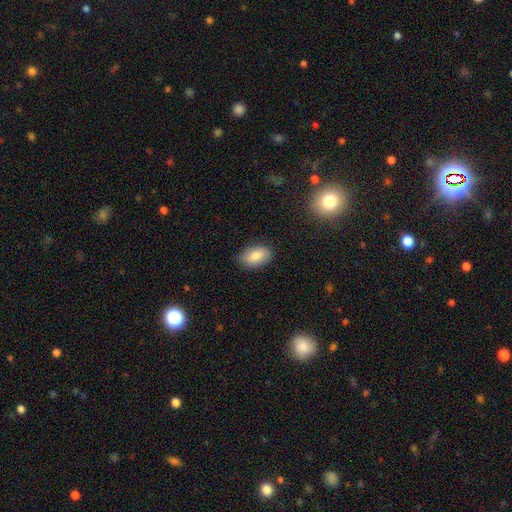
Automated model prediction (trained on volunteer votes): This appears to be a smooth galaxy with no disk features (81%) that is in between round and cigar-shaped (90%). Merging: none (84%).